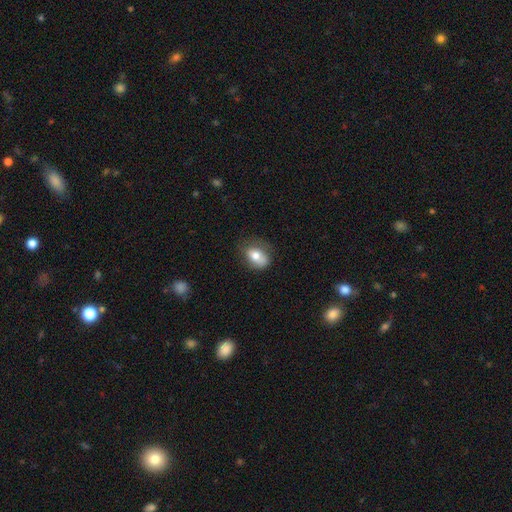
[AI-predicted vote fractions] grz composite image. It shows a smooth galaxy with no disk features (74%) that is in between round and cigar-shaped (75%). Merging: none (61%).